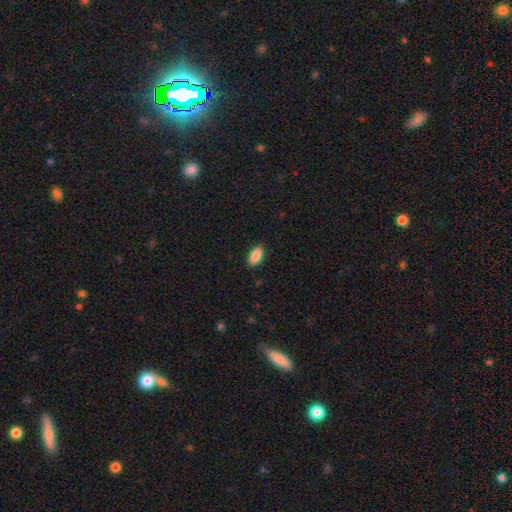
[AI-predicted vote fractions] A smooth galaxy with no disk features (88%) that is in between round and cigar-shaped (93%). Merging: none (87%).